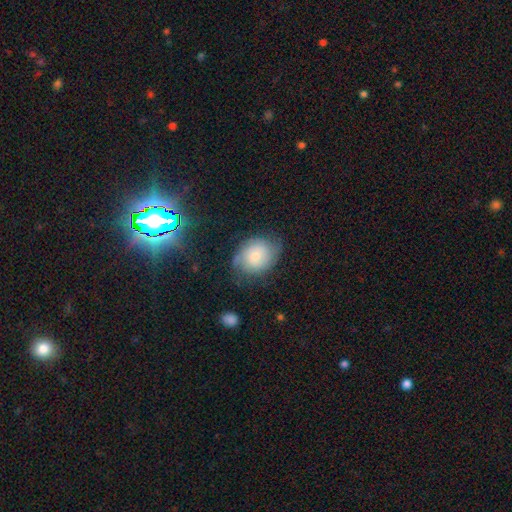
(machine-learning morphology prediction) smooth-or-featured: smooth: 49% | featured or disk: 42% | star or artifact: 9%
  merging: none: 61% | minor disturbance: 26% | major disturbance: 11% | merger: 2%